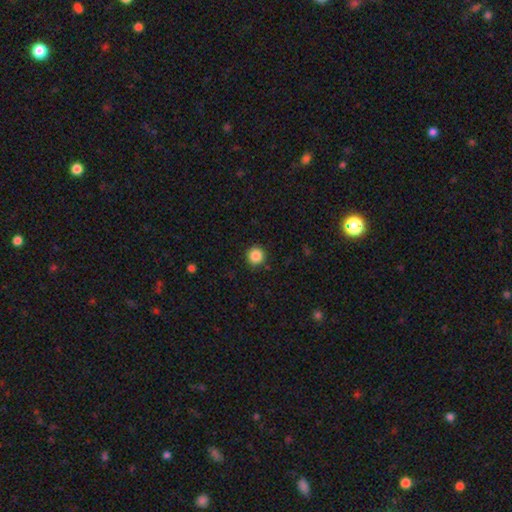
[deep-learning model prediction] Overall: smooth (87%). How rounded: round (95%). Merging: none (91%).